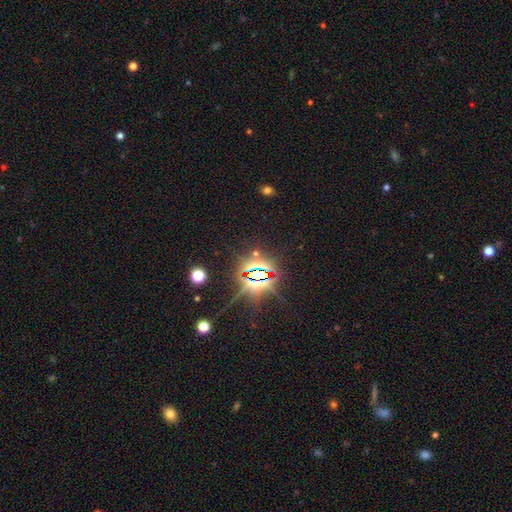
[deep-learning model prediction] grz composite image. It shows a star or artifact, not a galaxy (84%).